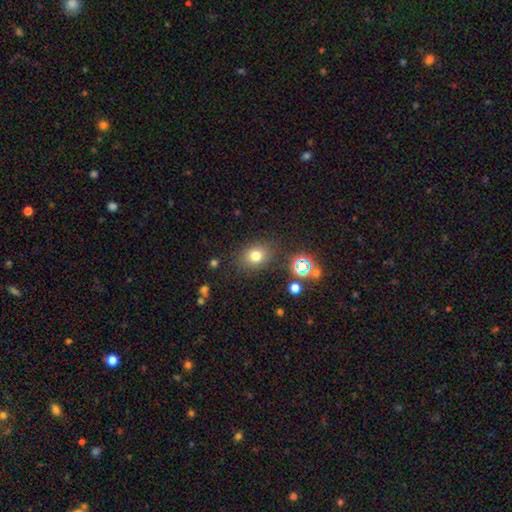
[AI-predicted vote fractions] A smooth galaxy with no disk features (75%) that is round (56%).

Vote fractions:
- Smooth or featured? smooth: 75% / star or artifact: 16% / featured or disk: 9%
- How rounded? round: 56% / in between: 43% / cigar-shaped: 1%
- Merging? none: 82% / minor disturbance: 11% / major disturbance: 4% / merger: 3%